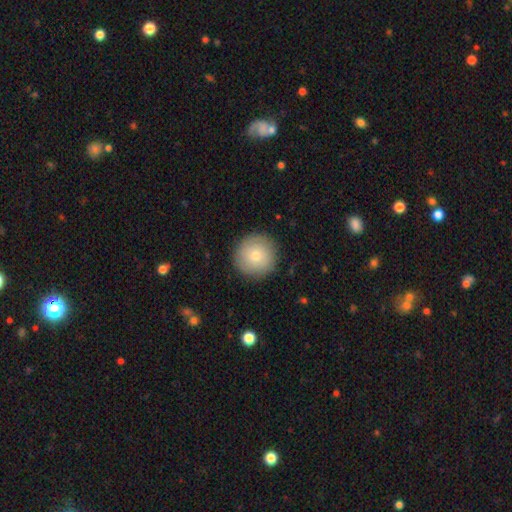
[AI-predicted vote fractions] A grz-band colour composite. It shows a smooth galaxy with no disk features (76%) that is round (95%). Merging: none (89%).